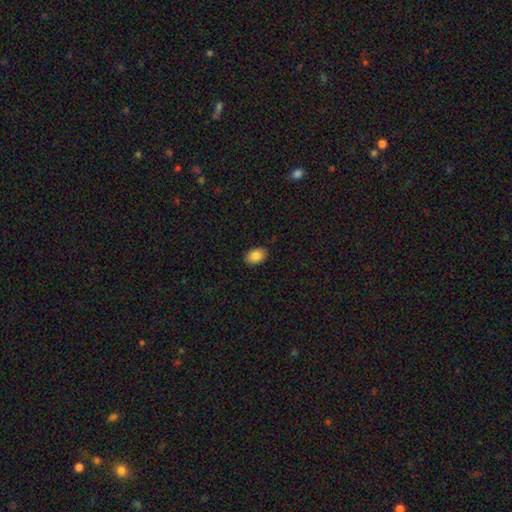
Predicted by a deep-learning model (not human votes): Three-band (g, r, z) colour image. It shows a smooth galaxy with no disk features (86%) that is in between round and cigar-shaped (85%). Merging: none (88%).